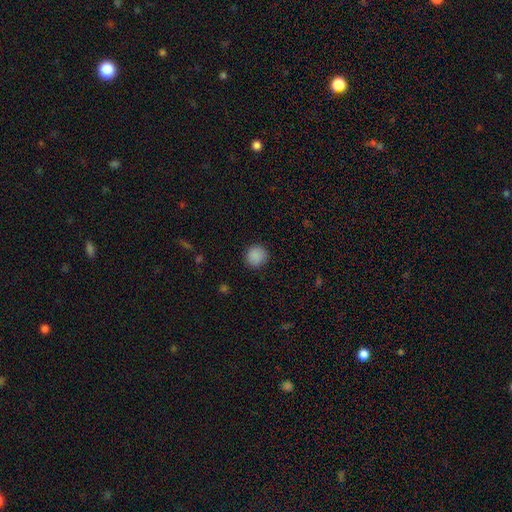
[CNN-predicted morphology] Smooth or featured?
  - smooth: 88% *
  - star or artifact: 9%
  - featured or disk: 3%
How rounded?
  - round: 92% *
  - in between: 7%
  - cigar-shaped: 1%
Merging?
  - none: 90% *
  - minor disturbance: 7%
  - major disturbance: 2%
  - merger: 1%